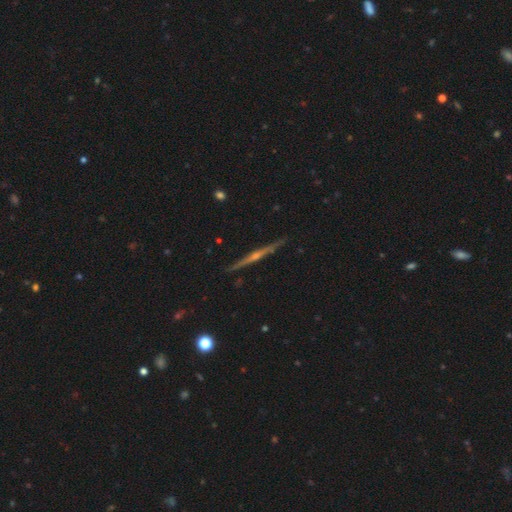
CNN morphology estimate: A featured or disk galaxy (82%) viewed edge-on (98%) with a rounded central bulge (78%).

Vote fractions:
- Smooth or featured? featured or disk: 82% / smooth: 12% / star or artifact: 6%
- Edge-on disk? yes: 98% / no: 2%
- Edge-on bulge? rounded: 78% / none: 16% / boxy: 7%
- Merging? none: 90% / minor disturbance: 7% / major disturbance: 1% / merger: 1%